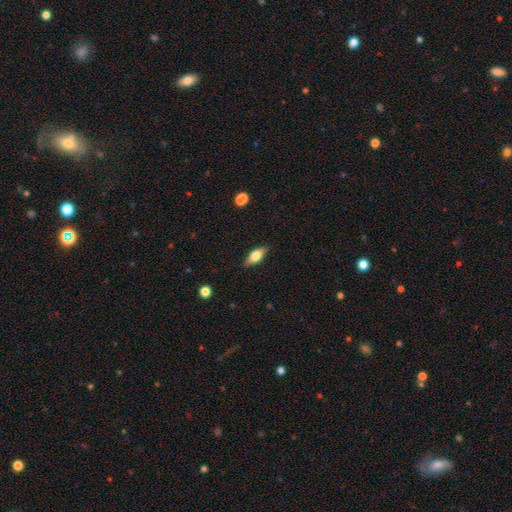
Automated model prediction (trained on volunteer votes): smooth 58%, featured or disk 35%, star or artifact 7%. Down the decision tree: how rounded — in between (75%); merging — none (85%).